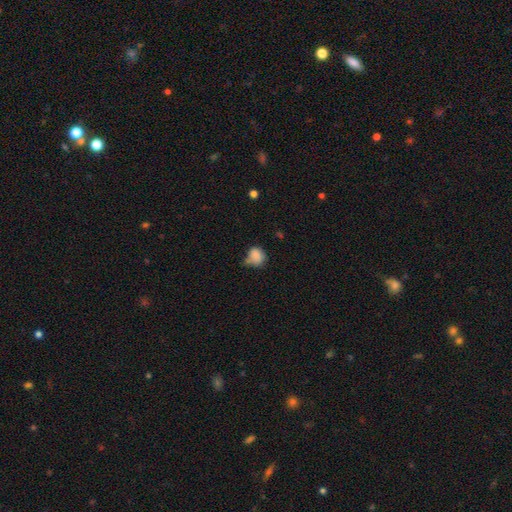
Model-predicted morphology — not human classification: Smooth or featured: smooth — 81% (star or artifact — 10%)
How rounded: round — 66% (in between — 33%)
Merging: none — 43% (minor disturbance — 33%)